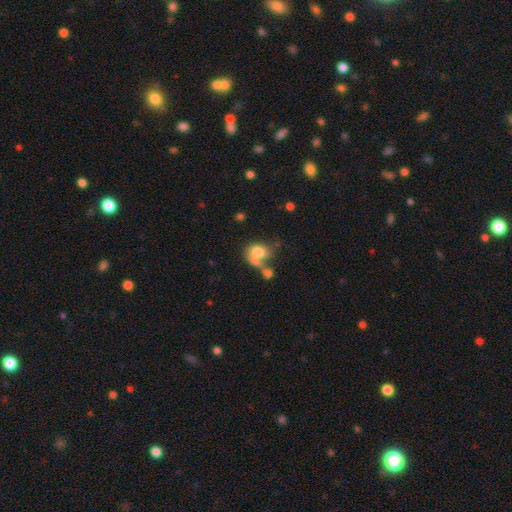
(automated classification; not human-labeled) This is likely a smooth galaxy (69%). How rounded: likely in between (64%). Merging: marginally merger (43%).